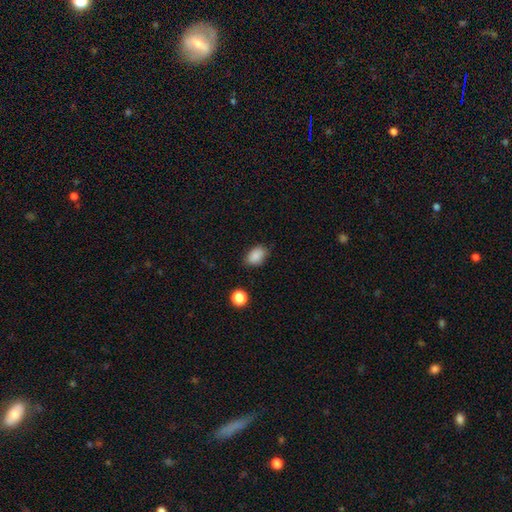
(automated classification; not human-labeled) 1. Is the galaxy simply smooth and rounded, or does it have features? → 87% smooth, 9% star or artifact, 4% featured or disk.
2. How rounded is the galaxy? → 84% in between, 14% round, 1% cigar-shaped.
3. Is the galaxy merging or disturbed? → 78% none, 16% minor disturbance, 3% major disturbance, 2% merger.